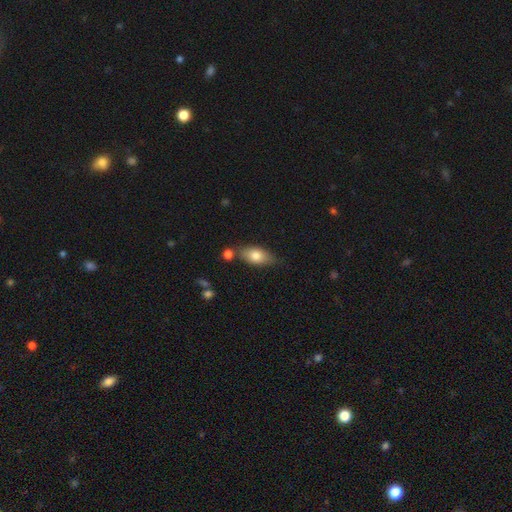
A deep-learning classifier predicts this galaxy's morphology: Smooth or featured: smooth — 76% (featured or disk — 17%)
How rounded: in between — 86% (cigar-shaped — 9%)
Merging: none — 68% (minor disturbance — 17%)